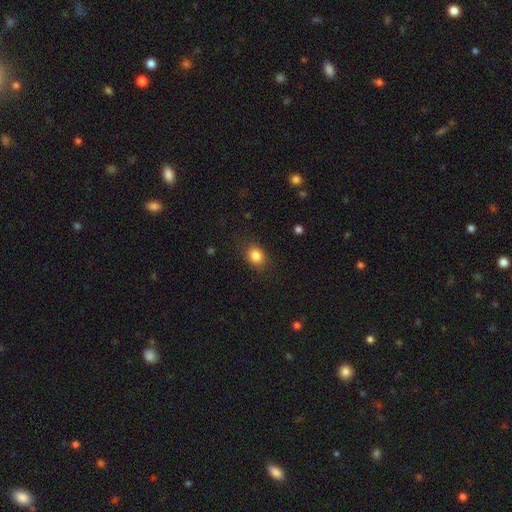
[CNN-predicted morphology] smooth-or-featured: smooth: 85% | star or artifact: 10% | featured or disk: 5%
  how-rounded: round: 54% | in between: 45% | cigar-shaped: 1%
  merging: none: 83% | minor disturbance: 12% | major disturbance: 4% | merger: 1%